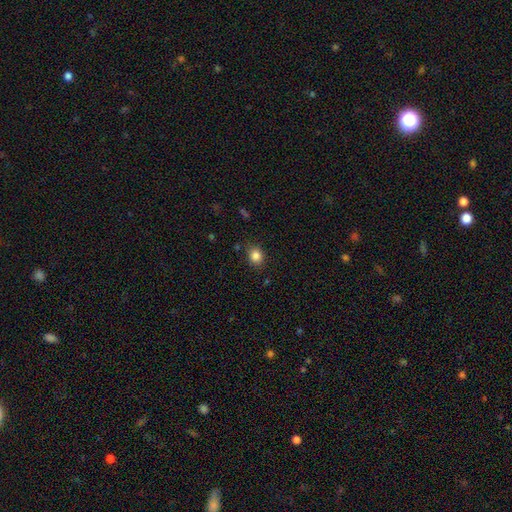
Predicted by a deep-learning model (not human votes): smooth 84%, star or artifact 11%, featured or disk 5%. Down the decision tree: how rounded — round (63%); merging — none (84%).